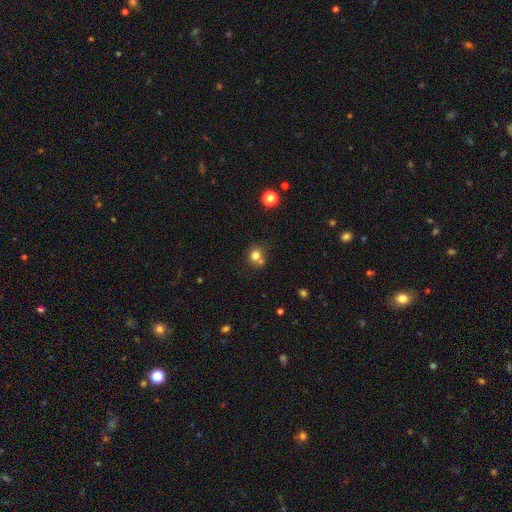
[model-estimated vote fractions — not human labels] Smooth or featured?
  - smooth: 78% *
  - star or artifact: 14%
  - featured or disk: 8%
How rounded?
  - round: 80% *
  - in between: 19%
  - cigar-shaped: 1%
Merging?
  - none: 58% *
  - merger: 26%
  - minor disturbance: 12%
  - major disturbance: 4%